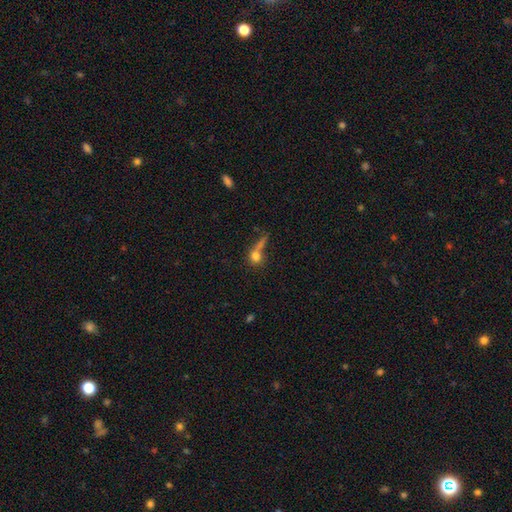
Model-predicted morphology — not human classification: Overall: smooth (73%). How rounded: round (67%). Merging: none (35%, tied with merger).